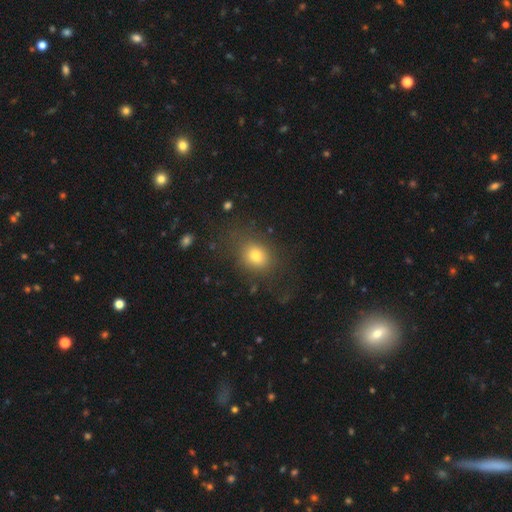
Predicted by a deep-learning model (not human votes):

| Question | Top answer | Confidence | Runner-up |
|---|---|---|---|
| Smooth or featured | smooth | 72% | star or artifact (16%) |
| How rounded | round | 55% | in between (44%) |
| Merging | none | 71% | minor disturbance (16%) |